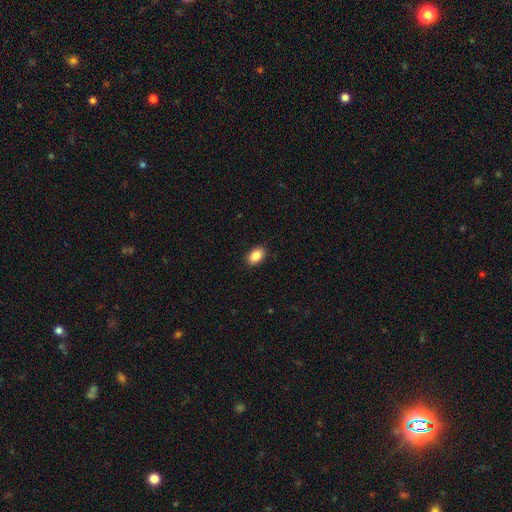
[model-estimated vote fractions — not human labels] smooth-or-featured: smooth: 88% | star or artifact: 8% | featured or disk: 5%
  how-rounded: in between: 87% | round: 12% | cigar-shaped: 1%
  merging: none: 89% | minor disturbance: 8% | major disturbance: 2% | merger: 1%